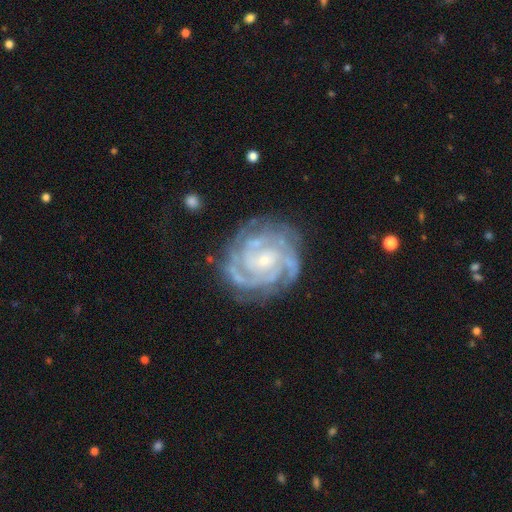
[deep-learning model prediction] The model was most divided on "spiral arm count": 3: 23%, can't tell: 21%, 4: 19%, 2: 18%, more than 4: 11%, 1: 9%. Remaining: spiral arms — yes (98%); edge-on disk — no (97%); smooth or featured — featured or disk (82%); merging — none (82%); spiral winding — tight (79%); bulge size — small (65%); bar — no (49%).